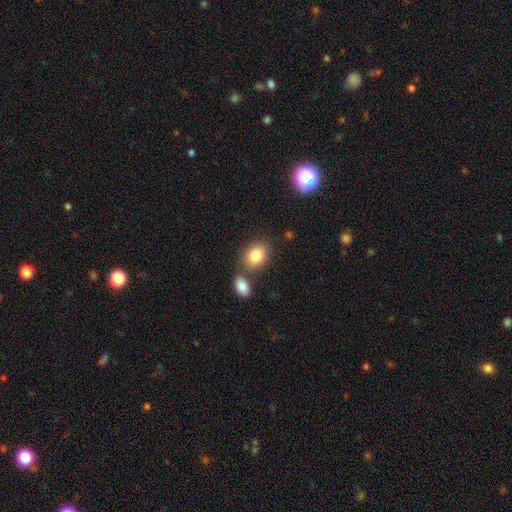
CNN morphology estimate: This appears to be a smooth galaxy with no disk features (84%) that is in between round and cigar-shaped (64%). Merging: none (61%).